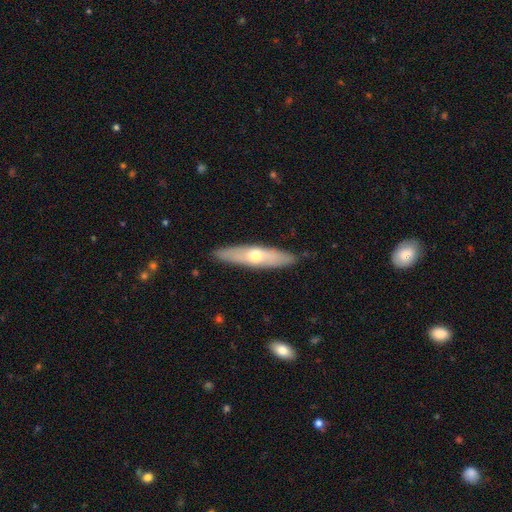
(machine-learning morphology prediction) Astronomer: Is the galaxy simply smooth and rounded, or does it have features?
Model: smooth — 47%, tied with featured or disk at 47%.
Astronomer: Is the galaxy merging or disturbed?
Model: none — 87%.